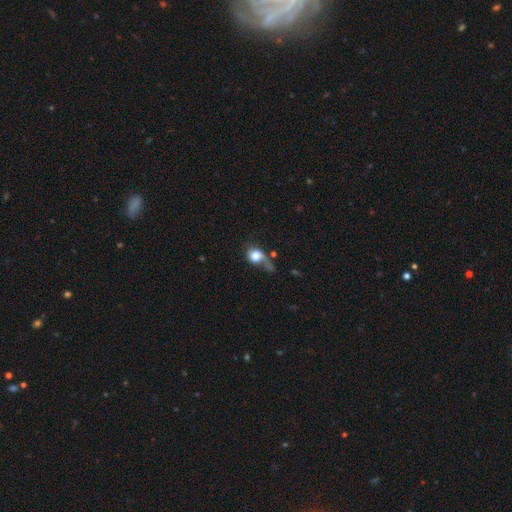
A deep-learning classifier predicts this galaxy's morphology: Smooth or featured? smooth (66%)
How rounded? round (61%)
Merging? major disturbance (47%)